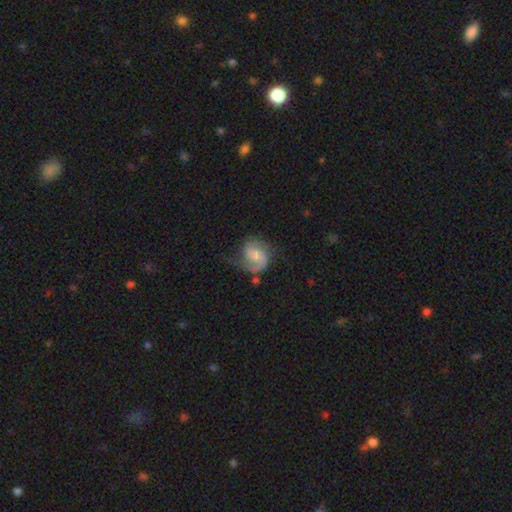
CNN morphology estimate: smooth_or_featured: featured or disk (p=0.74) [alt: smooth p=0.19]
disk_edge_on: no (p=0.98) [alt: yes p=0.02]
bar: no (p=0.56) [alt: weak p=0.37]
has_spiral_arms: yes (p=0.94) [alt: no p=0.06]
spiral_winding: medium (p=0.46) [alt: tight p=0.27]
spiral_arm_count: 2 (p=0.62) [alt: 1 p=0.28]
bulge_size: small (p=0.45) [alt: moderate p=0.32]
merging: none (p=0.53) [alt: minor disturbance p=0.23]